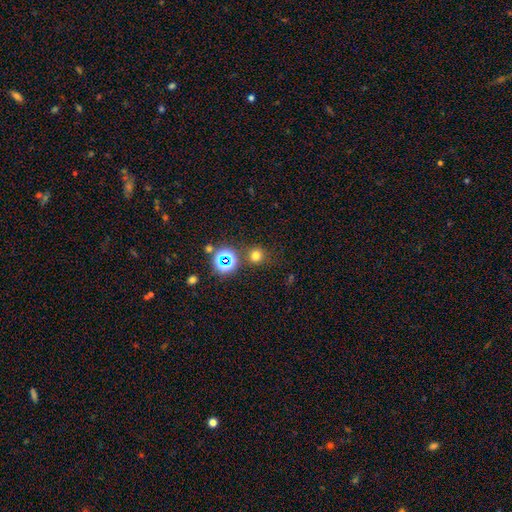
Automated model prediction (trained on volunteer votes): Q: Smooth or featured?
A: smooth (67%); runner-up: star or artifact (26%)
Q: How rounded?
A: round (92%); runner-up: in between (7%)
Q: Merging?
A: none (81%); runner-up: minor disturbance (9%)